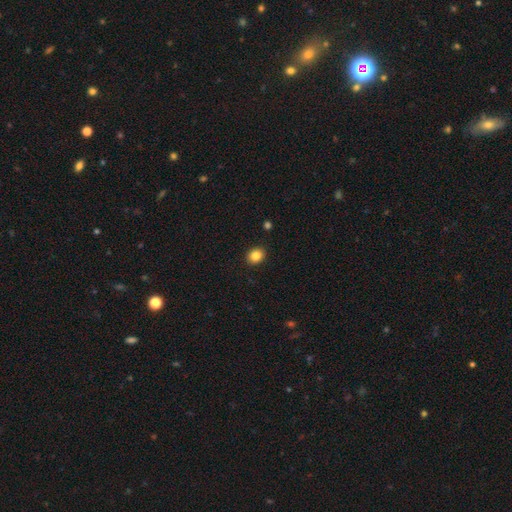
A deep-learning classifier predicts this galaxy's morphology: Smooth or featured?
  - smooth: 85% *
  - star or artifact: 10%
  - featured or disk: 5%
How rounded?
  - round: 65% *
  - in between: 34%
  - cigar-shaped: 1%
Merging?
  - none: 91% *
  - minor disturbance: 6%
  - major disturbance: 2%
  - merger: 1%